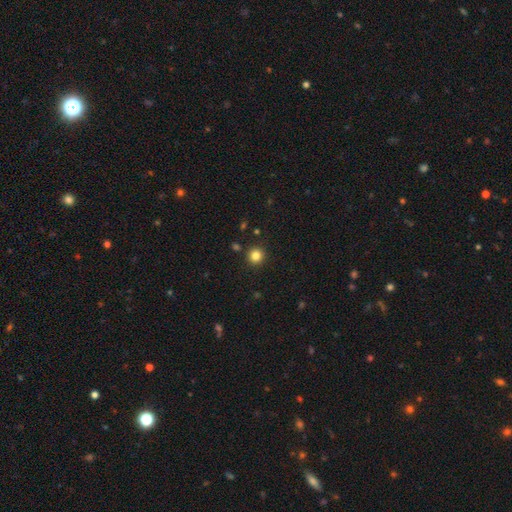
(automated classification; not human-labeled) The model was most divided on "smooth or featured": smooth: 83%, star or artifact: 12%, featured or disk: 5%. More confident: how rounded — round (94%); merging — none (91%).